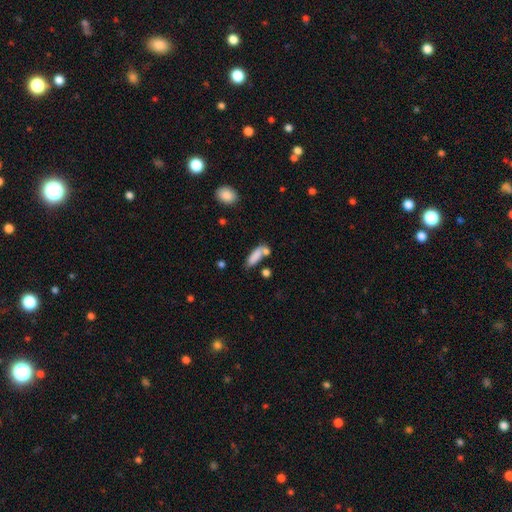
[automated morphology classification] Smooth or featured? Predicted: smooth (p=0.82). How rounded? Predicted: in between (p=0.55). Merging? Predicted: none (p=0.52).